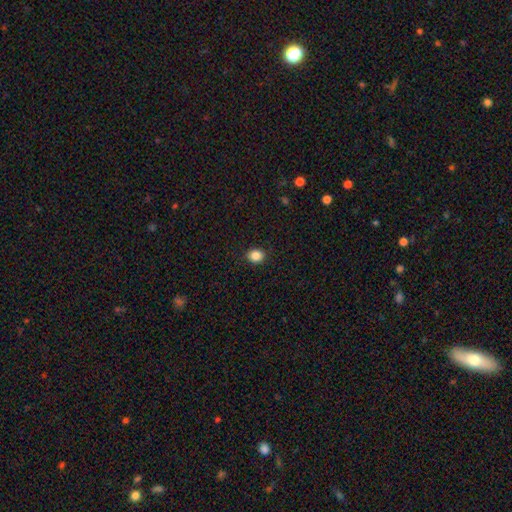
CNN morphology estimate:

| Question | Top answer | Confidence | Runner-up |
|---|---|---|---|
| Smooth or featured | smooth | 86% | star or artifact (10%) |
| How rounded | round | 66% | in between (33%) |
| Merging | none | 90% | minor disturbance (7%) |